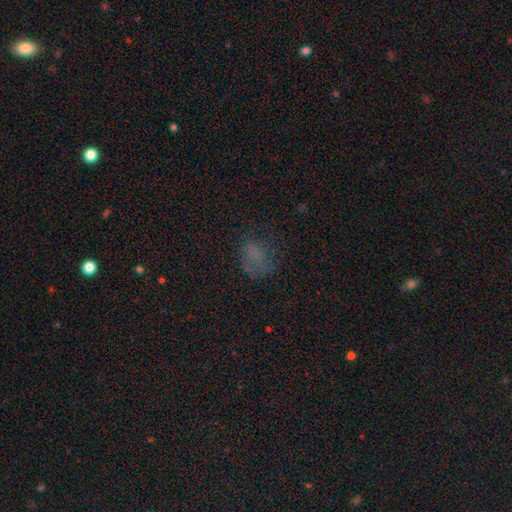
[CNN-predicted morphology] This is possibly a smooth galaxy (52%). How rounded: possibly in between (59%). Merging: possibly none (50%).